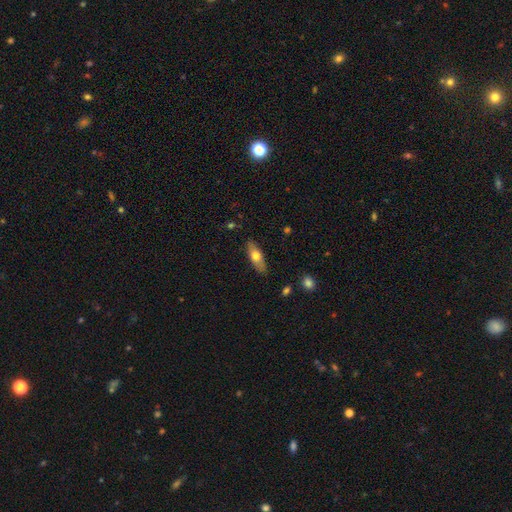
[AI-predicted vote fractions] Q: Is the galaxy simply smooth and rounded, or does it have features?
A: smooth — 62%.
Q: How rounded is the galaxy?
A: in between — 62%.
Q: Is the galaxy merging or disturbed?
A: none — 85%.